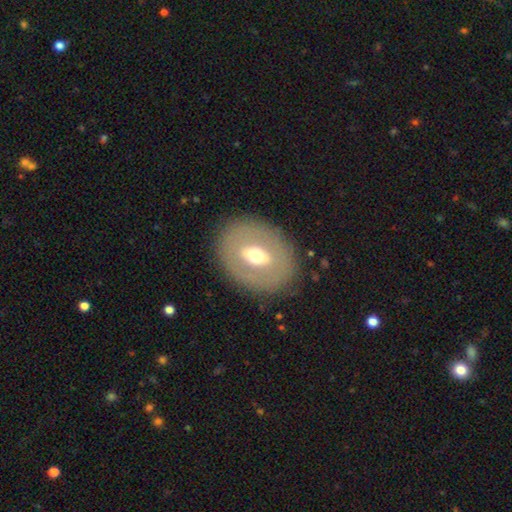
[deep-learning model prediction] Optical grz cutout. It shows a featured or disk galaxy (52%). Merging: none (83%).